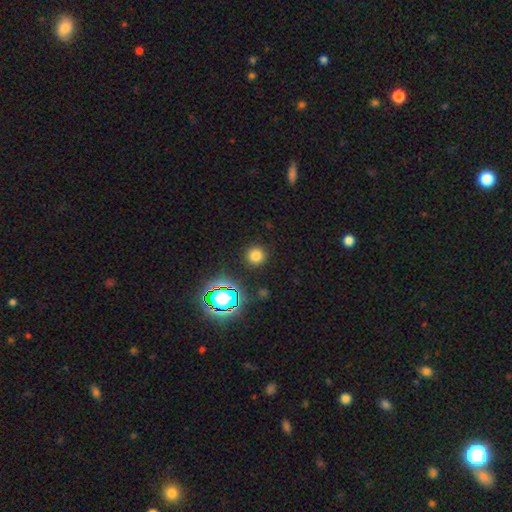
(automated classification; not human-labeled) Overall: smooth (74%). How rounded: round (95%). Merging: none (89%).